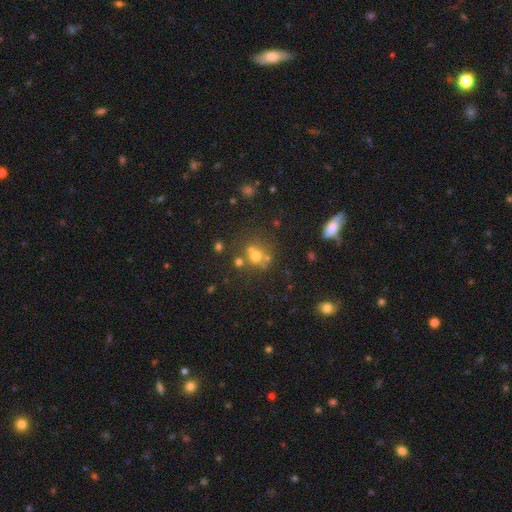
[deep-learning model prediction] Morphology: type=smooth (55%); roundness=round (82%); merging=none (52%).